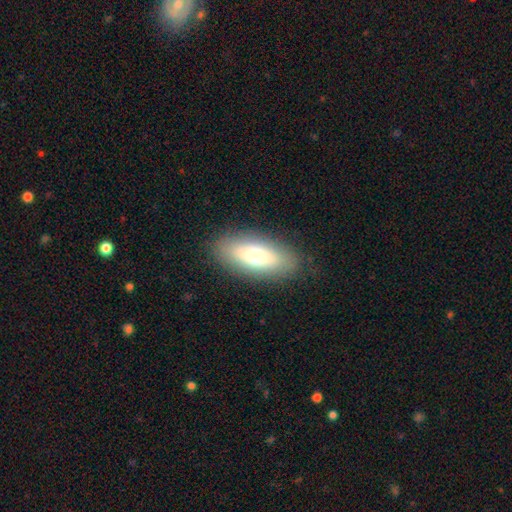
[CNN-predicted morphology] Smooth or featured? smooth (68%)
How rounded? in between (82%)
Merging? none (87%)